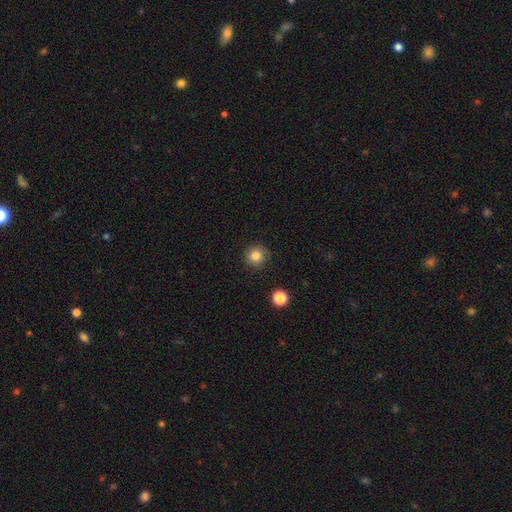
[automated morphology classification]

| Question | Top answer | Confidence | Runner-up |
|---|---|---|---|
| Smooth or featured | smooth | 83% | star or artifact (11%) |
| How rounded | round | 94% | in between (5%) |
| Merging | none | 86% | minor disturbance (10%) |